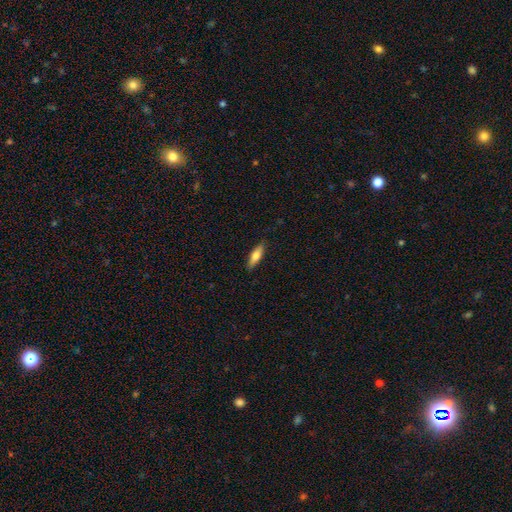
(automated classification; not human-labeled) Smooth or featured? Predicted: smooth (p=0.64). How rounded? Predicted: cigar-shaped (p=0.58). Merging? Predicted: none (p=0.87).